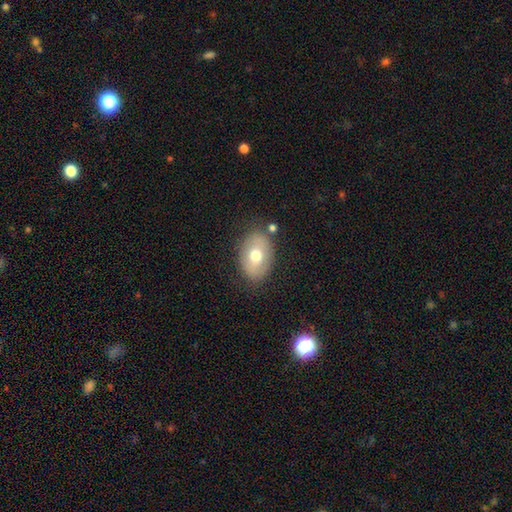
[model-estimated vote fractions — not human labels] smooth-or-featured: smooth: 63% | featured or disk: 29% | star or artifact: 8%
  how-rounded: in between: 81% | round: 18% | cigar-shaped: 1%
  merging: none: 77% | minor disturbance: 14% | merger: 4% | major disturbance: 4%